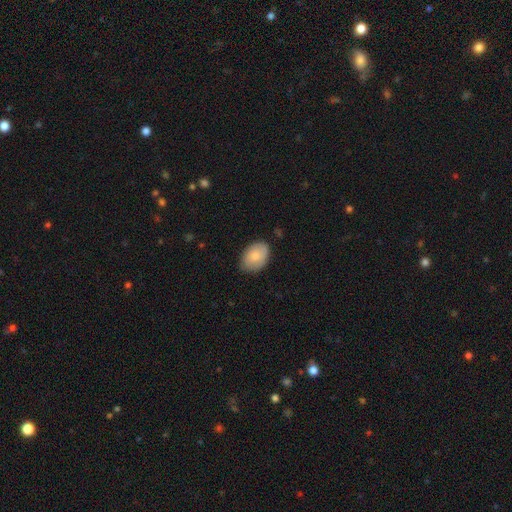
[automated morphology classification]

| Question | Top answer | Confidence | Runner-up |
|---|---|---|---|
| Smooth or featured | smooth | 77% | featured or disk (17%) |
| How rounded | in between | 84% | round (15%) |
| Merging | none | 78% | minor disturbance (18%) |